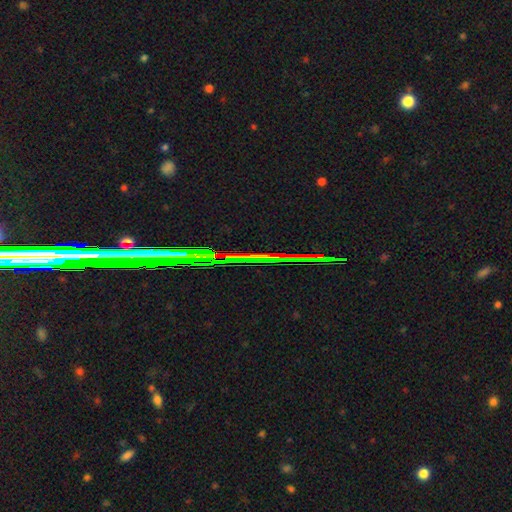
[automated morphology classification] A star or artifact, not a galaxy (74%).